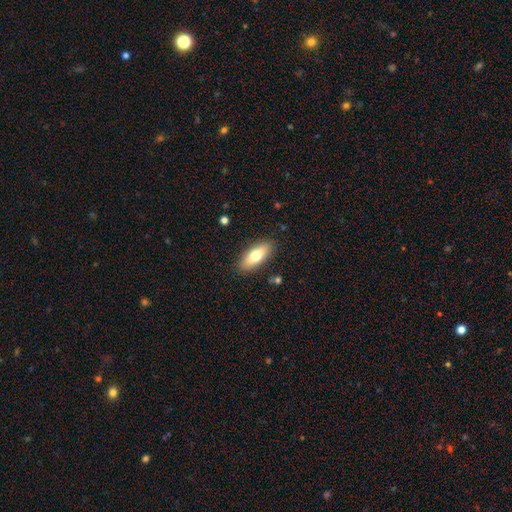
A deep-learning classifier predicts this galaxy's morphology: This is likely a smooth galaxy (73%). How rounded: likely in between (77%). Merging: clearly none (87%).